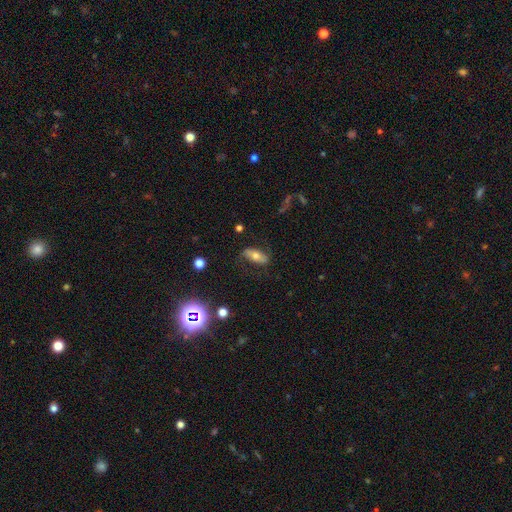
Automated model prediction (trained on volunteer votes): smooth 49%, featured or disk 41%, star or artifact 10%. Down the decision tree: merging — none (70%).